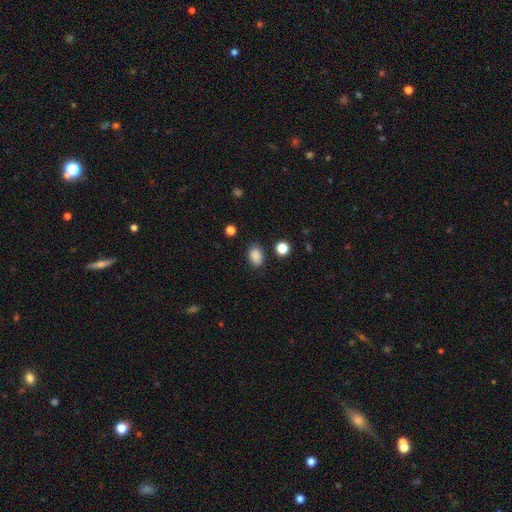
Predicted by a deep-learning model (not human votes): A smooth galaxy with no disk features (87%) that is in between round and cigar-shaped (77%). Merging: none (82%).